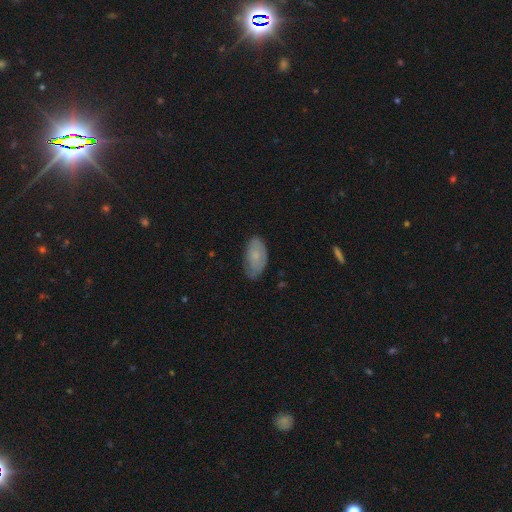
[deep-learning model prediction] smooth-or-featured: smooth: 67% | featured or disk: 26% | star or artifact: 7%
  how-rounded: in between: 93% | round: 4% | cigar-shaped: 3%
  merging: none: 69% | minor disturbance: 24% | major disturbance: 5% | merger: 1%